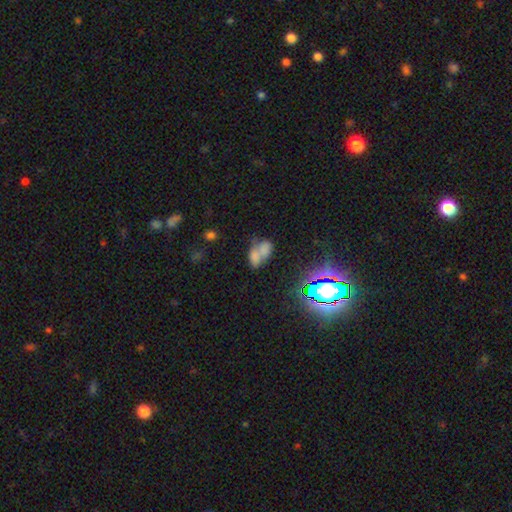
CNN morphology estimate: smooth 59%, featured or disk 21%, star or artifact 21%. Down the decision tree: how rounded — in between (80%); merging — merger (61%).